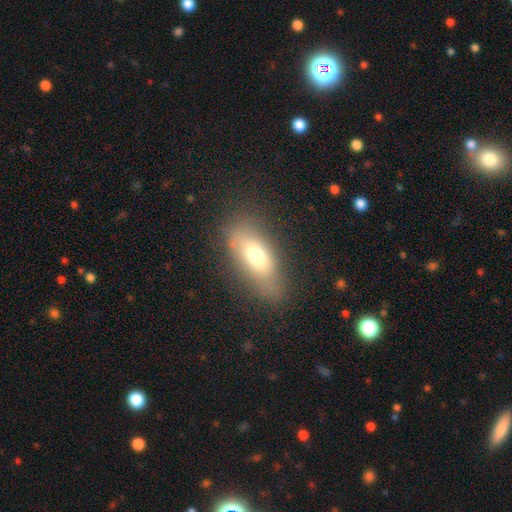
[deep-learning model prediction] Overall: smooth (68%). How rounded: in between (78%). Merging: none (71%).